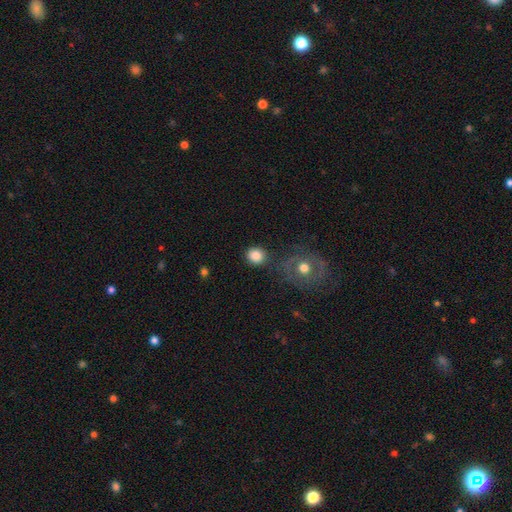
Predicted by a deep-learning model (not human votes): Smooth or featured: smooth — 85% (star or artifact — 9%)
How rounded: round — 86% (in between — 13%)
Merging: none — 79% (minor disturbance — 11%)